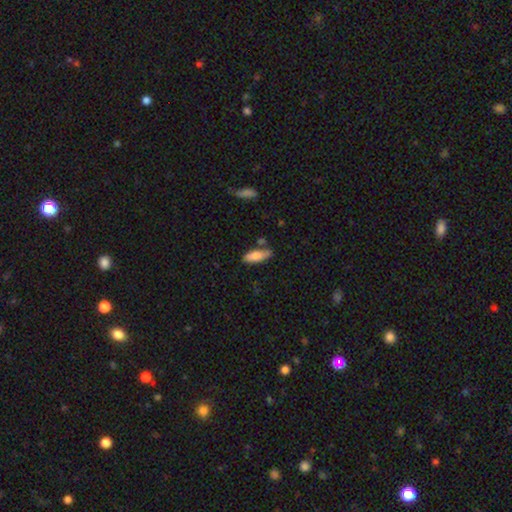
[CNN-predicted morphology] Smooth or featured?
  - smooth: 79% *
  - featured or disk: 15%
  - star or artifact: 6%
How rounded?
  - in between: 66% *
  - cigar-shaped: 32%
  - round: 2%
Merging?
  - none: 68% *
  - minor disturbance: 20%
  - merger: 8%
  - major disturbance: 4%